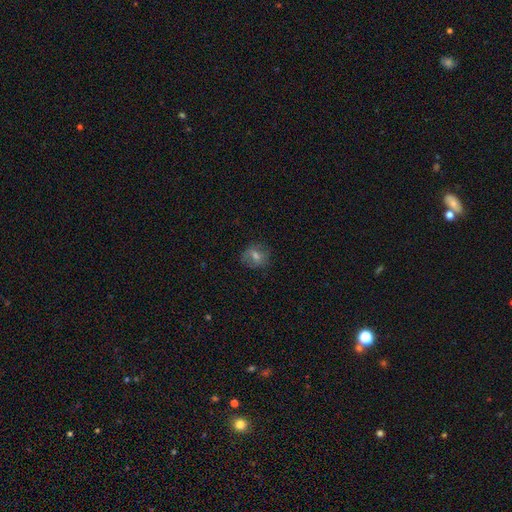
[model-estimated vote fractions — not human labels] Morphology: type=smooth (54%); roundness=round (75%); merging=none (77%).